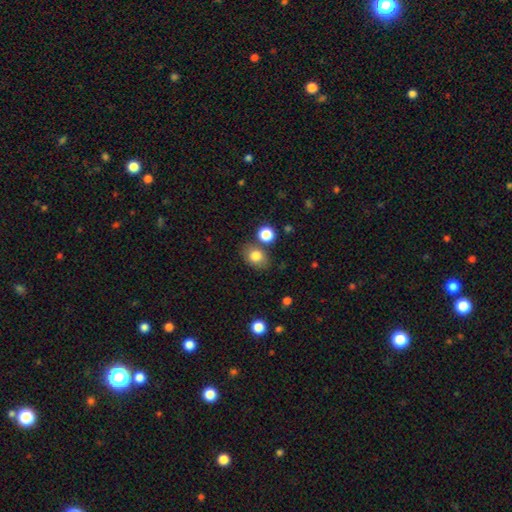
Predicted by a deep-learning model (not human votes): Smooth or featured: smooth — 81% (star or artifact — 10%)
How rounded: in between — 56% (round — 43%)
Merging: none — 70% (minor disturbance — 14%)